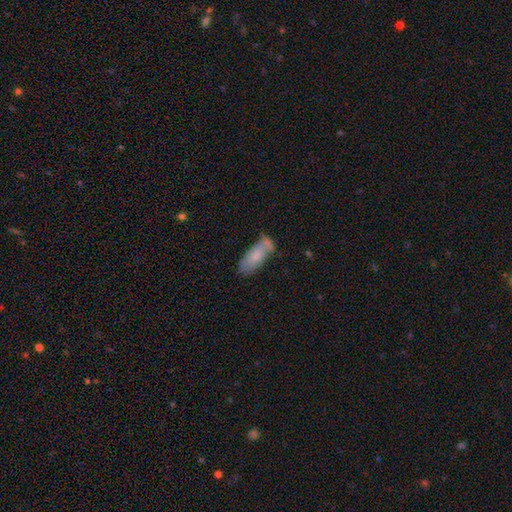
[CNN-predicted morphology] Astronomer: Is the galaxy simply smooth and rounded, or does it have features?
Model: smooth — 72%.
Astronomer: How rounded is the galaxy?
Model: in between — 77%.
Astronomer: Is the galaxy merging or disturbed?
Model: none — 51% (runner-up: minor disturbance, 28%).